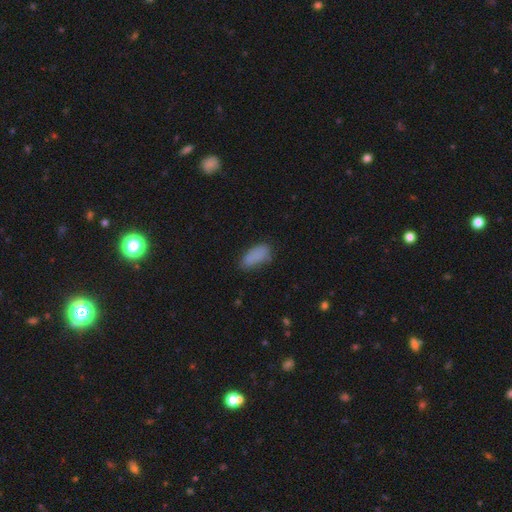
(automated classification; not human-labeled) This is clearly a smooth galaxy (84%). How rounded: clearly in between (84%). Merging: likely none (67%).